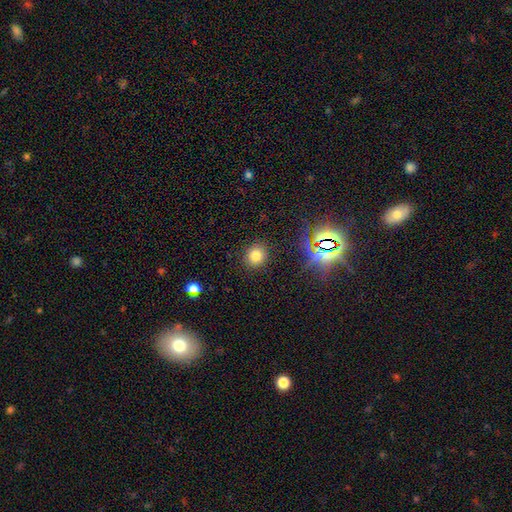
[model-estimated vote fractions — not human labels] smooth-or-featured: smooth: 75% | star or artifact: 18% | featured or disk: 7%
  how-rounded: round: 78% | in between: 21% | cigar-shaped: 1%
  merging: none: 88% | minor disturbance: 7% | major disturbance: 3% | merger: 1%